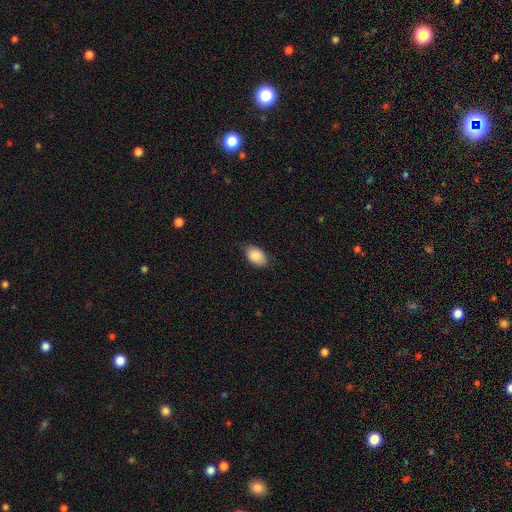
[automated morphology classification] This appears to be a smooth galaxy with no disk features (87%) that is in between round and cigar-shaped (91%). Merging: none (80%).